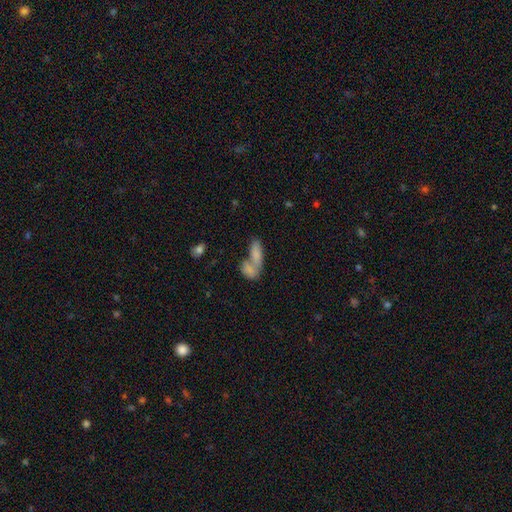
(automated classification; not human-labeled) The model was most divided on "merging": merger: 64%, none: 23%, minor disturbance: 7%, major disturbance: 5%. More confident: smooth or featured — smooth (74%); how rounded — in between (70%).